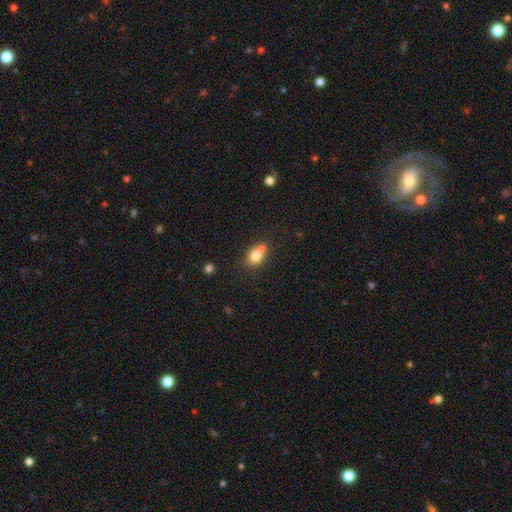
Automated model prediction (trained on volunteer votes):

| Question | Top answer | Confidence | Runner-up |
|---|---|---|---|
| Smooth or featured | smooth | 77% | featured or disk (13%) |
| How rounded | round | 60% | in between (39%) |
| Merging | merger | 47% | none (41%) |